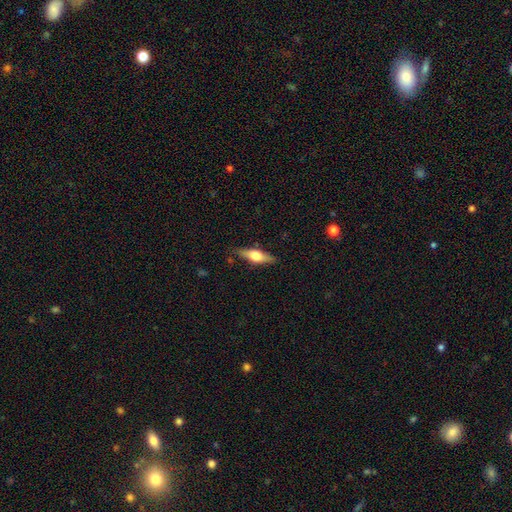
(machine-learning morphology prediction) A featured or disk galaxy (52%) viewed edge-on (92%). Merging: none (84%).